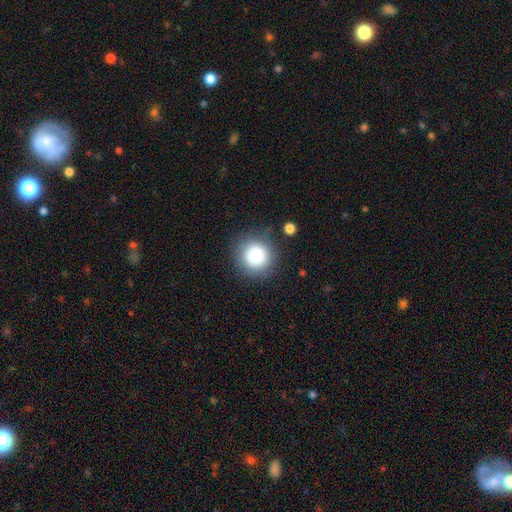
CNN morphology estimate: smooth_or_featured: smooth (p=0.81) [alt: star or artifact p=0.11]
how_rounded: round (p=0.91) [alt: in between p=0.08]
merging: none (p=0.81) [alt: minor disturbance p=0.11]